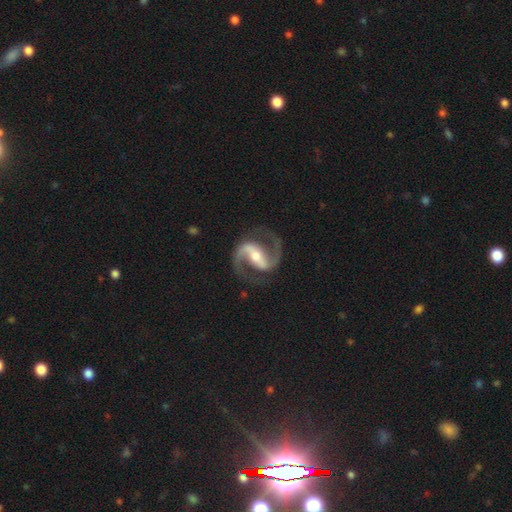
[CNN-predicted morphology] Smooth or featured? featured or disk (93%)
Edge-on disk? no (98%)
Bar? strong (59%)
Spiral arms? yes (98%)
Spiral winding? medium (63%)
Spiral arm count? 2 (94%)
Bulge size? moderate (58%)
Merging? none (84%)